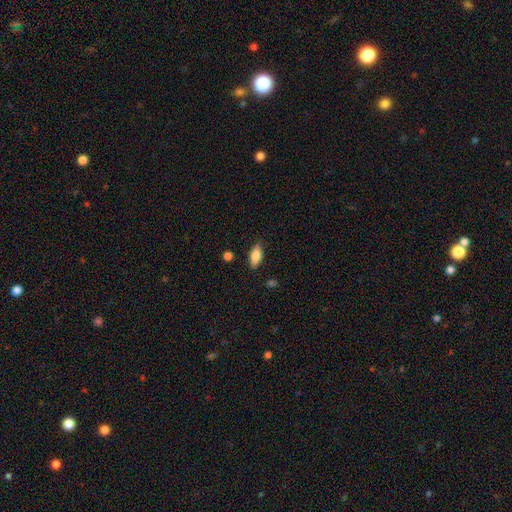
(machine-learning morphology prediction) Smooth or featured? Predicted: smooth (p=0.77). How rounded? Predicted: in between (p=0.81). Merging? Predicted: none (p=0.85).